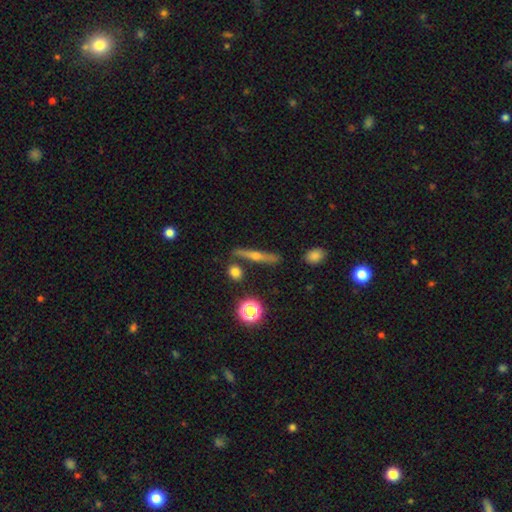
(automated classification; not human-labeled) Smooth or featured: featured or disk — 59% (smooth — 31%)
Edge-on disk: yes — 95% (no — 5%)
Edge-on bulge: rounded — 86% (none — 9%)
Merging: none — 82% (minor disturbance — 10%)